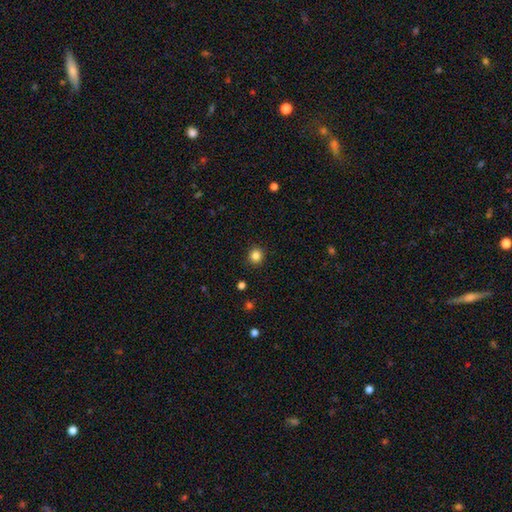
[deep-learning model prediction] Smooth or featured: smooth — 84% (star or artifact — 12%)
How rounded: round — 91% (in between — 9%)
Merging: none — 92% (minor disturbance — 5%)